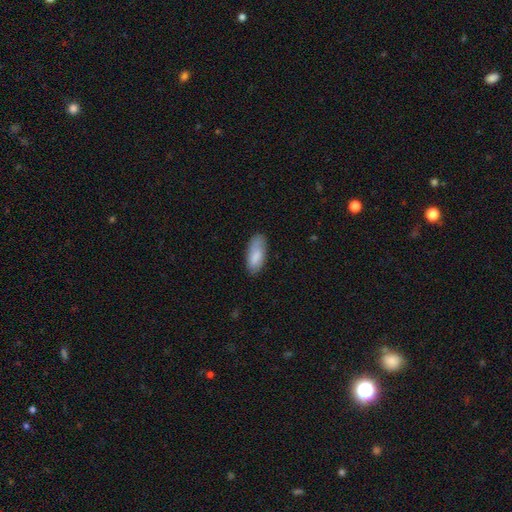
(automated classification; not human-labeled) This appears to be a smooth galaxy with no disk features (83%) that is in between round and cigar-shaped (83%). Merging: none (76%).